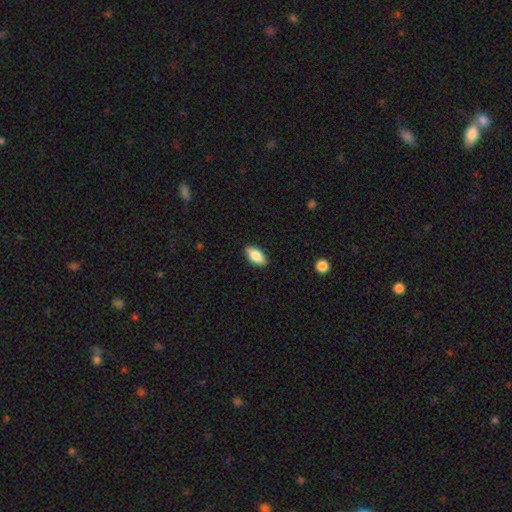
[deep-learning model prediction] Smooth or featured: smooth — 83% (featured or disk — 10%)
How rounded: in between — 91% (cigar-shaped — 6%)
Merging: none — 89% (minor disturbance — 8%)